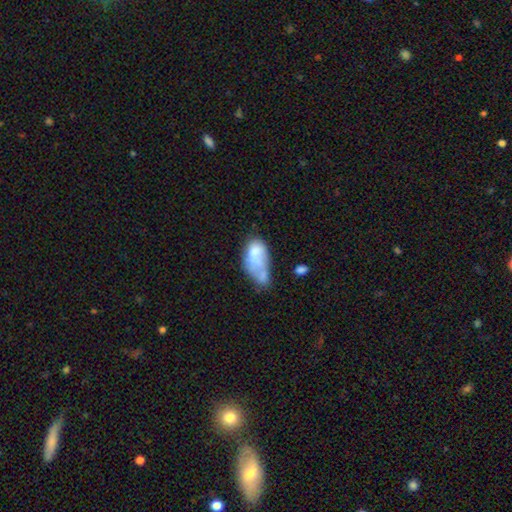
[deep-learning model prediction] A smooth galaxy with no disk features (64%) that is in between round and cigar-shaped (92%). Merging: merger (31%).